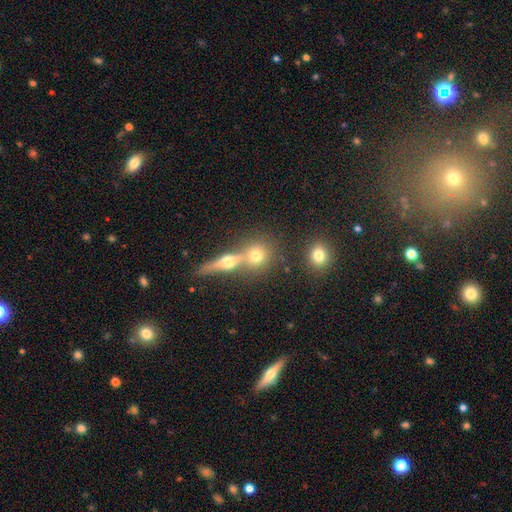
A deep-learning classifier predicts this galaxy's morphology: Overall: smooth (66%). How rounded: round (80%). Merging: none (52%; merger 38%).